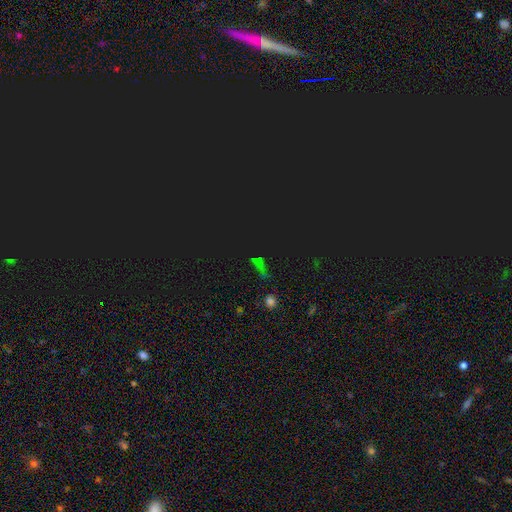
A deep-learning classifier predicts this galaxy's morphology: Overall: star or artifact (72%).